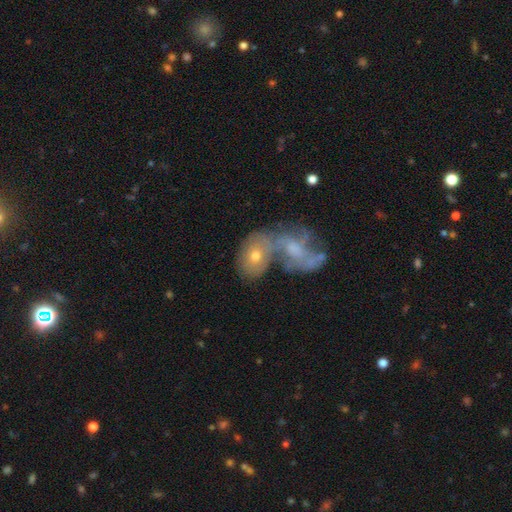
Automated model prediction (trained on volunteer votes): Morphology: type=featured or disk (51%); edge-on=no (94%); merging=merger (55%).